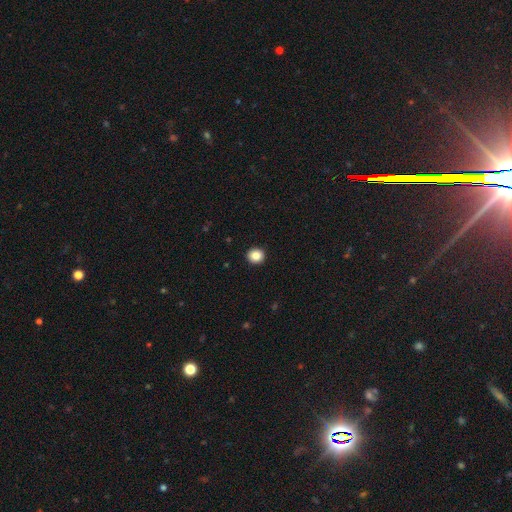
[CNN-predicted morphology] Q: Smooth or featured?
A: smooth (86%); runner-up: star or artifact (10%)
Q: How rounded?
A: round (86%); runner-up: in between (13%)
Q: Merging?
A: none (93%); runner-up: minor disturbance (5%)